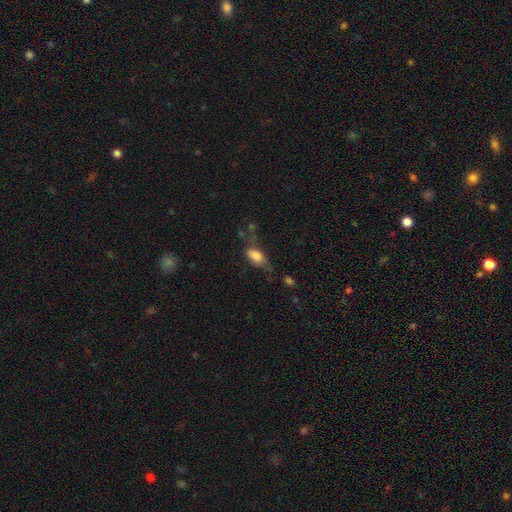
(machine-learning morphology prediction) Q: Smooth or featured?
A: smooth (73%); runner-up: featured or disk (17%)
Q: How rounded?
A: in between (86%); runner-up: cigar-shaped (9%)
Q: Merging?
A: major disturbance (33%); runner-up: minor disturbance (31%)